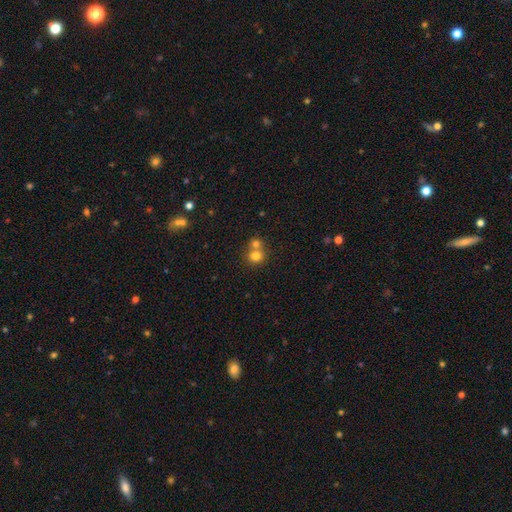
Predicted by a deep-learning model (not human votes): Overall: smooth (77%). How rounded: round (85%). Merging: merger (49%; none 44%).